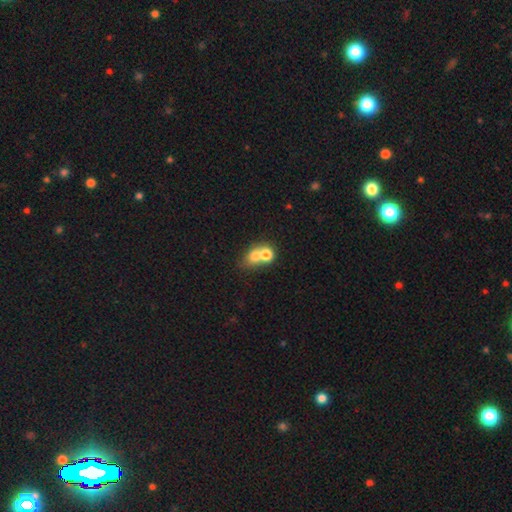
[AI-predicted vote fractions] Q: Smooth or featured?
A: smooth (71%); runner-up: featured or disk (17%)
Q: How rounded?
A: round (57%); runner-up: in between (42%)
Q: Merging?
A: merger (61%); runner-up: none (29%)